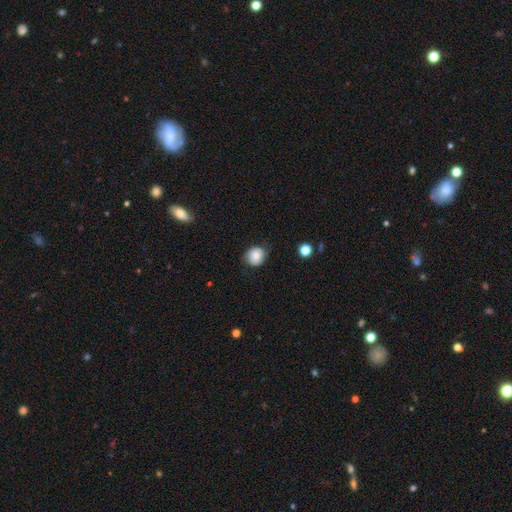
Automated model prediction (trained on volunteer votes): Morphology: type=smooth (79%); roundness=round (76%); merging=none (72%).